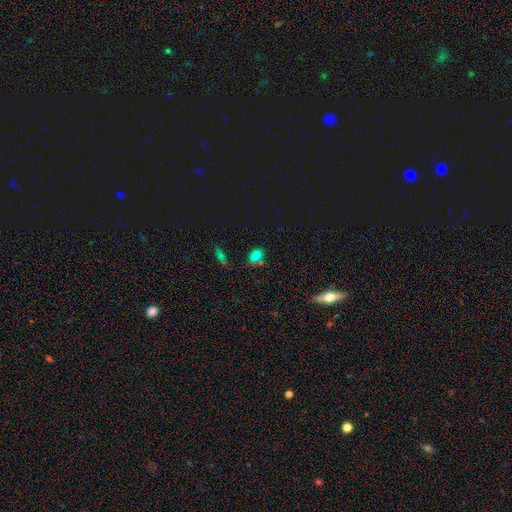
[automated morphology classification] This appears to be a smooth galaxy with no disk features (73%) that is in between round and cigar-shaped (66%). Merging: none (61%).